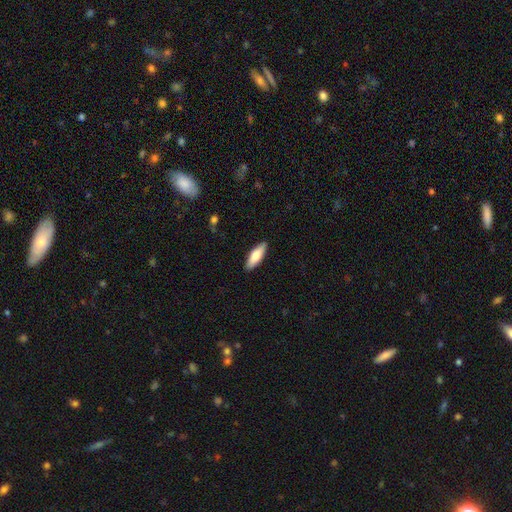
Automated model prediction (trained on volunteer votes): Q: Smooth or featured?
A: smooth (76%); runner-up: featured or disk (18%)
Q: How rounded?
A: in between (56%); runner-up: cigar-shaped (42%)
Q: Merging?
A: none (89%); runner-up: minor disturbance (8%)